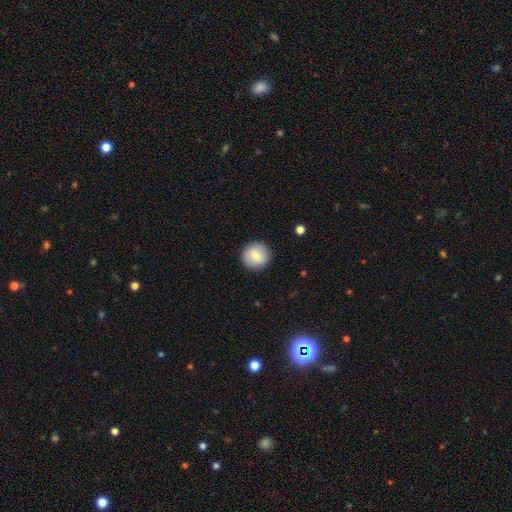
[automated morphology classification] smooth_or_featured: smooth (p=0.78) [alt: featured or disk p=0.14]
how_rounded: round (p=0.94) [alt: in between p=0.05]
merging: none (p=0.91) [alt: minor disturbance p=0.06]